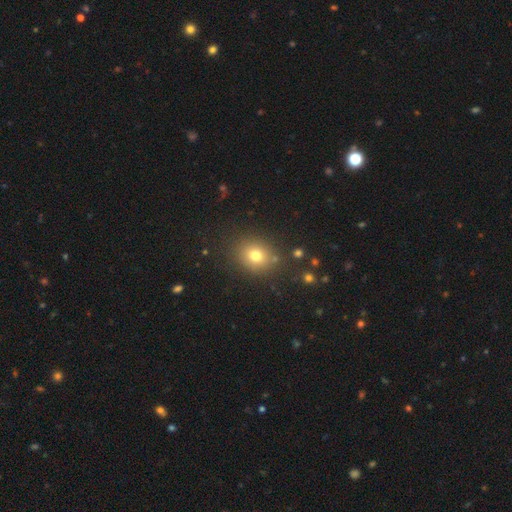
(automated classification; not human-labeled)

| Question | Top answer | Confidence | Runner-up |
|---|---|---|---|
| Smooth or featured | smooth | 76% | star or artifact (15%) |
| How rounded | round | 68% | in between (31%) |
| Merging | none | 83% | minor disturbance (10%) |